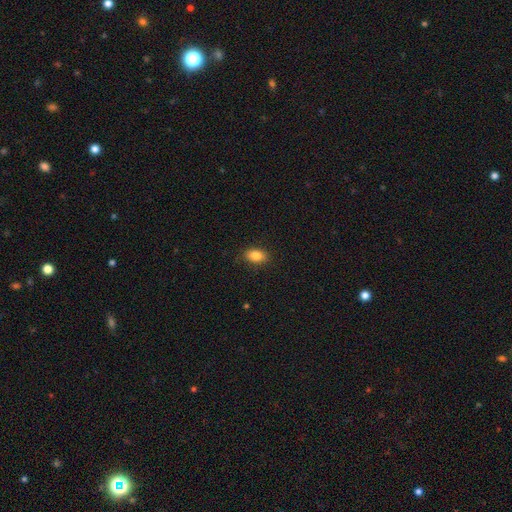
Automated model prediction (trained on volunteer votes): This appears to be a smooth galaxy with no disk features (85%) that is in between round and cigar-shaped (86%). Merging: none (87%).